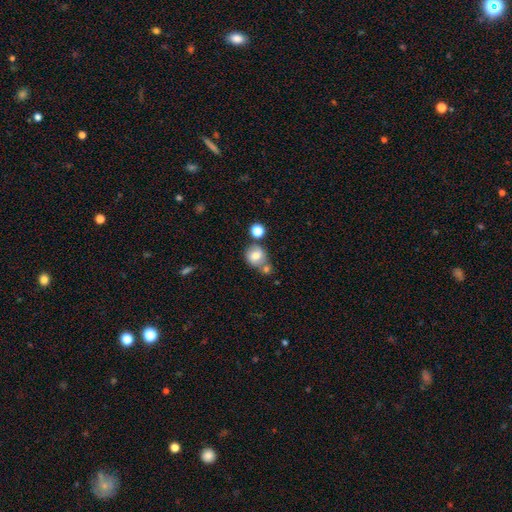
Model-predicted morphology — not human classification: smooth_or_featured: smooth (p=0.71) [alt: featured or disk p=0.18]
how_rounded: round (p=0.70) [alt: in between p=0.29]
merging: none (p=0.52) [alt: merger p=0.27]